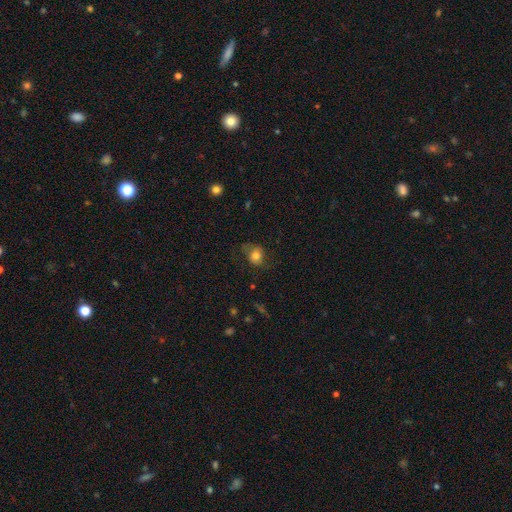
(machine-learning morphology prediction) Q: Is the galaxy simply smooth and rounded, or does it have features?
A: smooth — 77%.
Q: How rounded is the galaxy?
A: round — 61%.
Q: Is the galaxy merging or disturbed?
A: none — 56%.